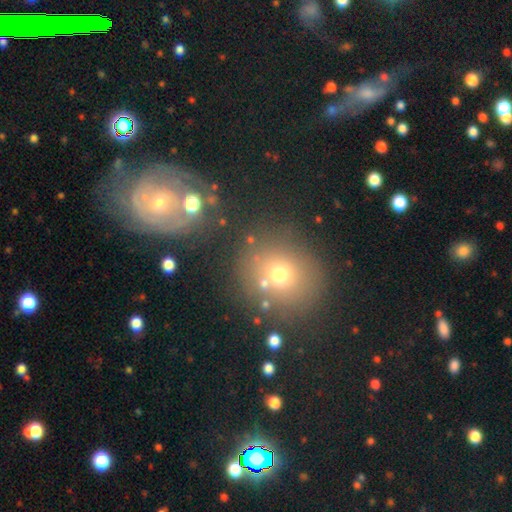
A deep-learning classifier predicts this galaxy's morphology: This is possibly a smooth galaxy (52%). How rounded: clearly round (84%). Merging: likely none (77%).